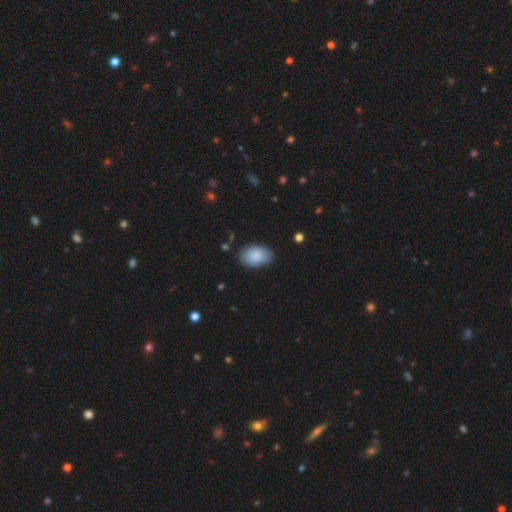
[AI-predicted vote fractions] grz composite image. It shows a smooth galaxy with no disk features (88%) that is in between round and cigar-shaped (91%). Merging: none (79%).